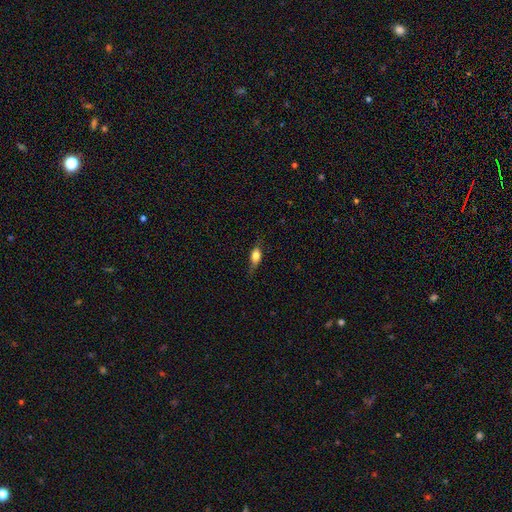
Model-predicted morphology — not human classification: The model was most divided on "merging": none: 65%, minor disturbance: 26%, major disturbance: 8%, merger: 1%. More confident: how rounded — in between (74%); smooth or featured — smooth (73%).